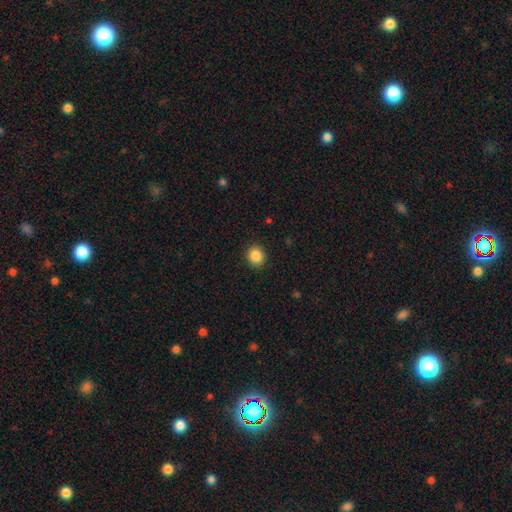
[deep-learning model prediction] Smooth or featured? Predicted: smooth (p=0.87). How rounded? Predicted: round (p=0.82). Merging? Predicted: none (p=0.91).